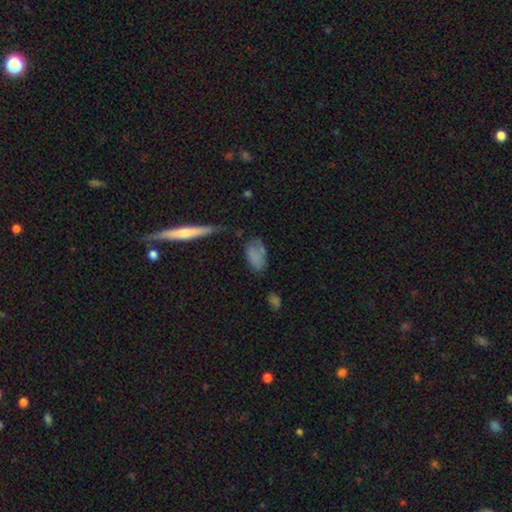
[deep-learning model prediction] smooth 76%, featured or disk 15%, star or artifact 10%. Down the decision tree: how rounded — in between (90%); merging — none (48%).